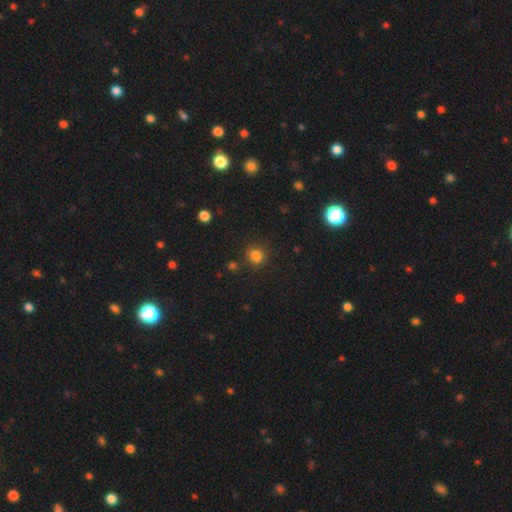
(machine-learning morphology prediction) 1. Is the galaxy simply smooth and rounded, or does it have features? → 81% smooth, 14% star or artifact, 4% featured or disk.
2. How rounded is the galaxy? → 81% round, 18% in between, 1% cigar-shaped.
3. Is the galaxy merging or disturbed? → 82% none, 11% minor disturbance, 4% major disturbance, 4% merger.